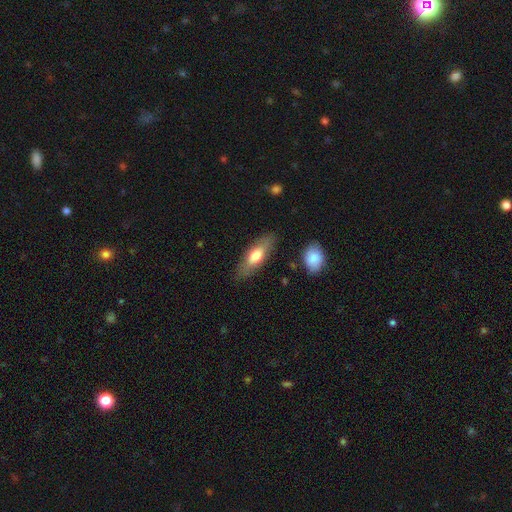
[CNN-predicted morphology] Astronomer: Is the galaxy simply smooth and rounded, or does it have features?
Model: smooth — 65%.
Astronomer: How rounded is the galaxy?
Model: in between — 59% (runner-up: cigar-shaped, 39%).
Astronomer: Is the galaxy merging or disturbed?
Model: none — 81%.